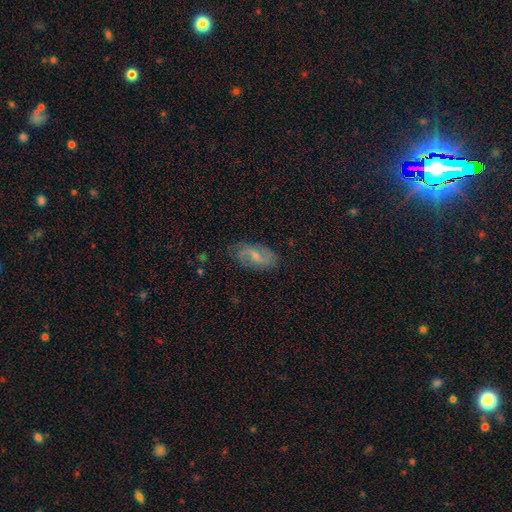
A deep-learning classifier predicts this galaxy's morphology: Overall: featured or disk (59%; smooth 33%). Edge-on disk: no (94%). Bar: weak (57%; no 27%). Spiral arms: yes (86%). Bulge size: small (50%; moderate 35%). Merging: none (76%).